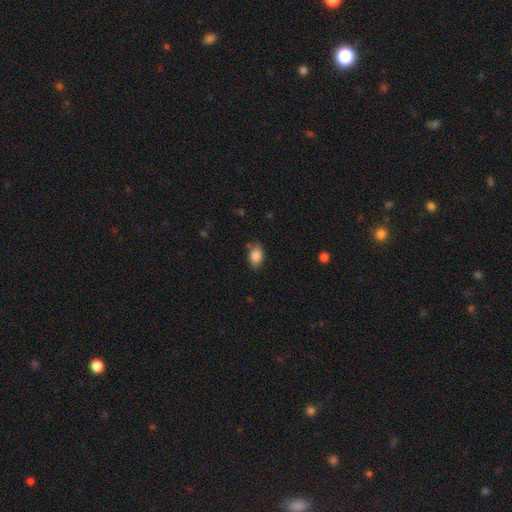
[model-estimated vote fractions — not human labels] Smooth or featured: smooth — 86% (star or artifact — 7%)
How rounded: in between — 88% (round — 10%)
Merging: none — 77% (minor disturbance — 18%)